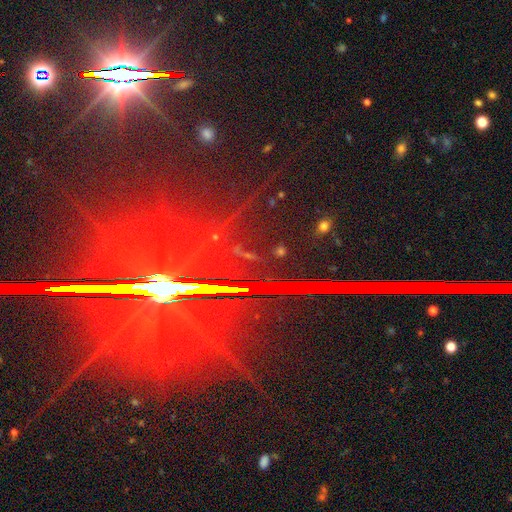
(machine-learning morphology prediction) Overall: star or artifact (73%).